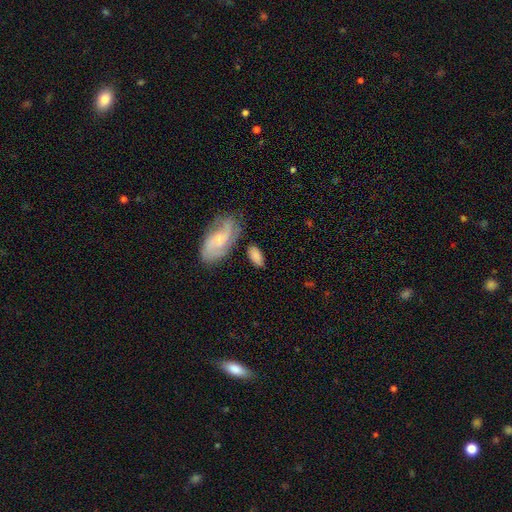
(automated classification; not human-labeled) Smooth or featured? smooth (69%)
How rounded? in between (90%)
Merging? none (66%)